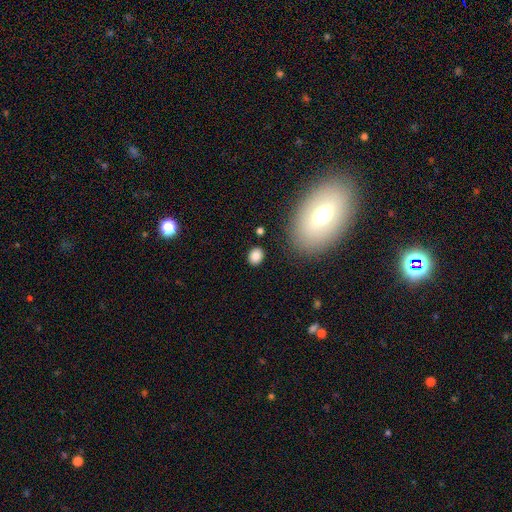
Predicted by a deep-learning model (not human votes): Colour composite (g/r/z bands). It shows a smooth galaxy with no disk features (83%) that is round (50%). Merging: none (86%).